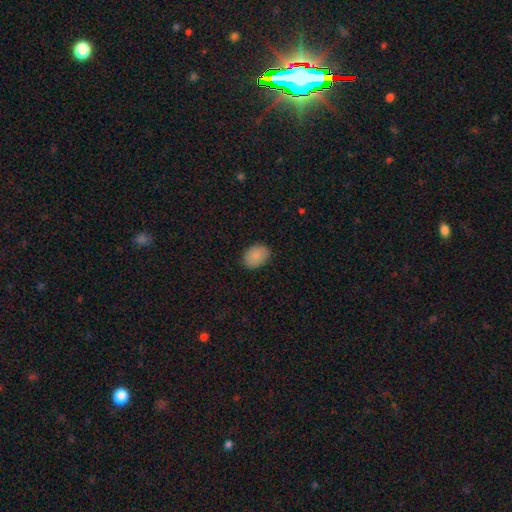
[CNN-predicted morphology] smooth-or-featured: smooth: 86% | star or artifact: 8% | featured or disk: 7%
  how-rounded: in between: 71% | round: 28% | cigar-shaped: 1%
  merging: none: 86% | minor disturbance: 11% | major disturbance: 2% | merger: 1%